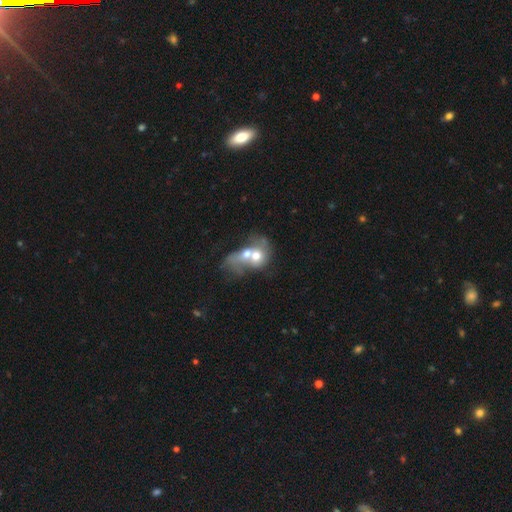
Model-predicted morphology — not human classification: A smooth galaxy with no disk features (51%) that is in between round and cigar-shaped (49%, tied with round). Merging: merger (79%).